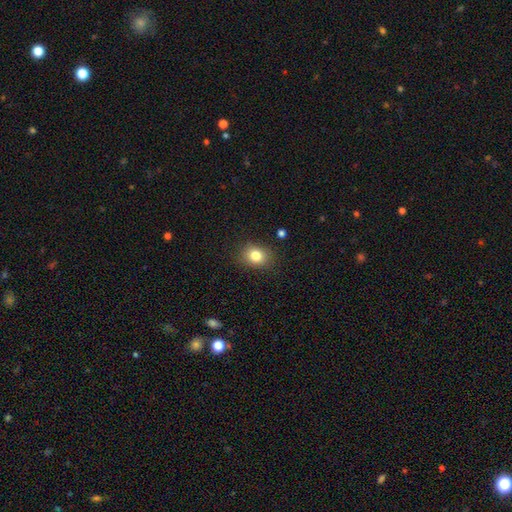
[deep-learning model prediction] This appears to be a smooth galaxy with no disk features (82%) that is round (50%). Merging: none (85%).